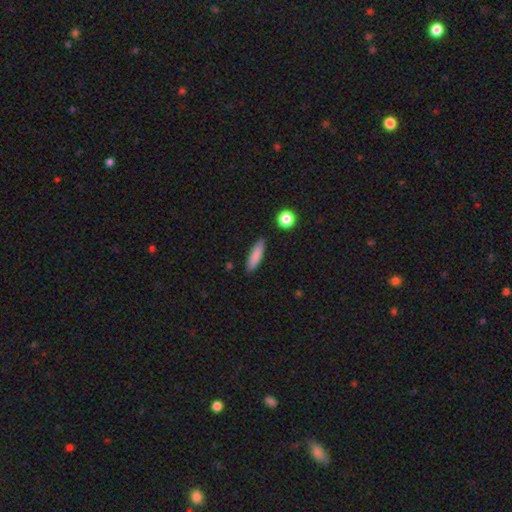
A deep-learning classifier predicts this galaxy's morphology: type=smooth (84%); roundness=cigar-shaped (71%); merging=none (87%).